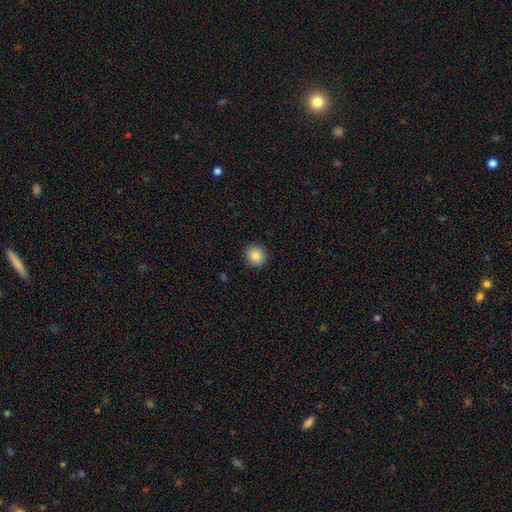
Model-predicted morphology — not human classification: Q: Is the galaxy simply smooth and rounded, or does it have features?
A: smooth — 87%.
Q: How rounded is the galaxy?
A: round — 89%.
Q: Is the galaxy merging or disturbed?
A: none — 92%.